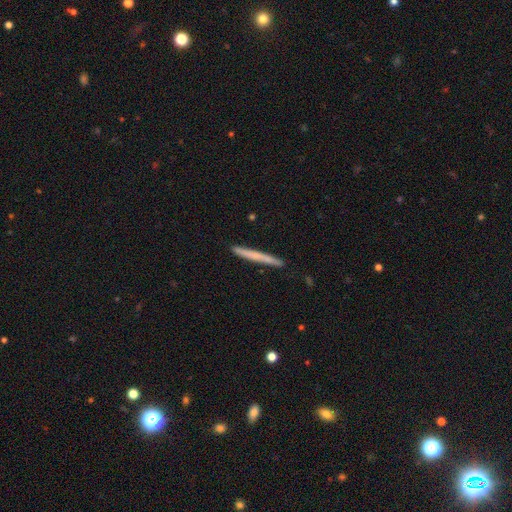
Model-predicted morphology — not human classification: This appears to be a smooth galaxy with no disk features (61%) that is cigar-shaped (97%). Merging: none (91%).